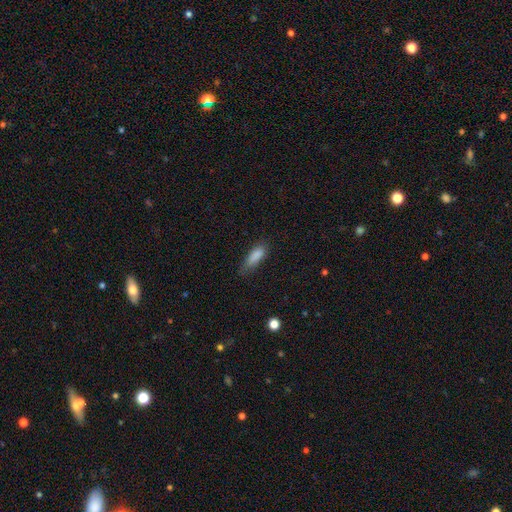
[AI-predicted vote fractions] Smooth or featured? Predicted: smooth (p=0.85). How rounded? Predicted: in between (p=0.57). Merging? Predicted: none (p=0.61).